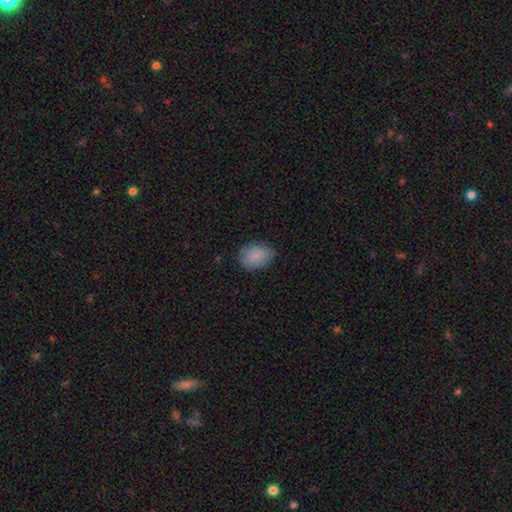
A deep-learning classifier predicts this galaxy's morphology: smooth 85%, featured or disk 8%, star or artifact 7%. Down the decision tree: how rounded — in between (71%); merging — none (74%).